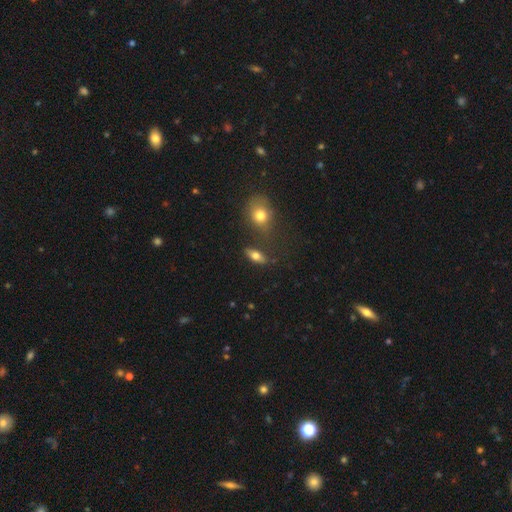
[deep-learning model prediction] Q: Smooth or featured?
A: smooth (68%); runner-up: featured or disk (22%)
Q: How rounded?
A: in between (74%); runner-up: cigar-shaped (17%)
Q: Merging?
A: none (73%); runner-up: minor disturbance (13%)